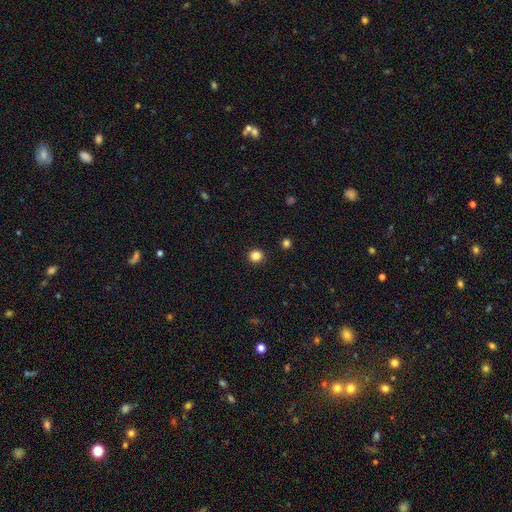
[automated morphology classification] Smooth or featured? smooth (84%)
How rounded? round (92%)
Merging? none (93%)